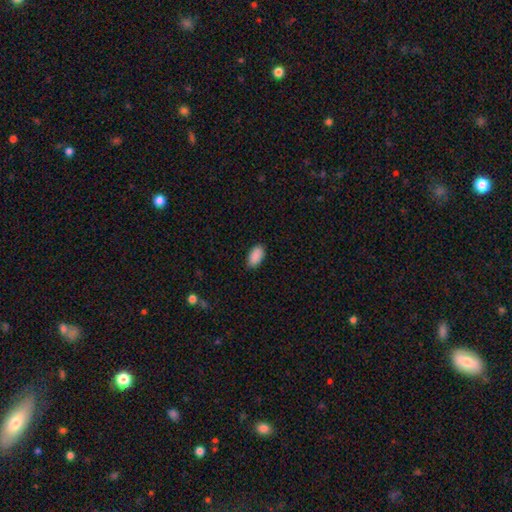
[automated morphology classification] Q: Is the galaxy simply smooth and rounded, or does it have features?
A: smooth — 90%.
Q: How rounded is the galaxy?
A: in between — 94%.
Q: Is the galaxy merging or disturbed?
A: none — 86%.